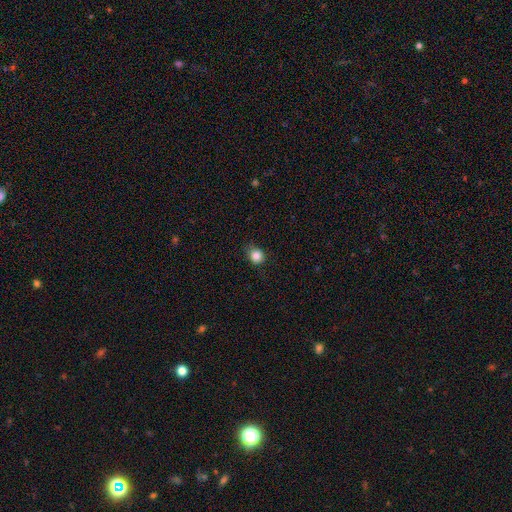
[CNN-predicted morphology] smooth-or-featured: smooth: 85% | star or artifact: 11% | featured or disk: 4%
  how-rounded: round: 78% | in between: 21% | cigar-shaped: 1%
  merging: none: 78% | minor disturbance: 17% | major disturbance: 3% | merger: 1%